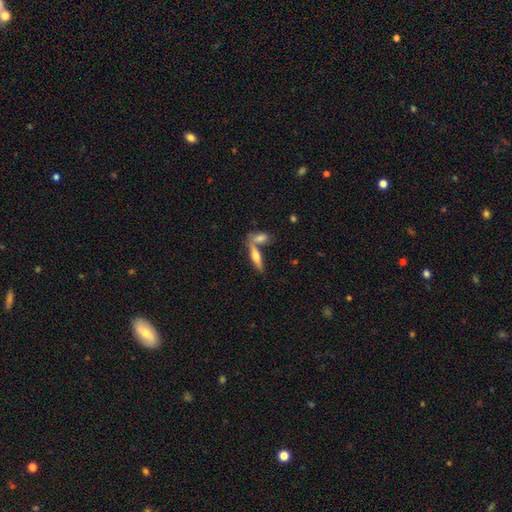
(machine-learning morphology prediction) This is possibly a smooth galaxy (47%). Merging: possibly none (53%).